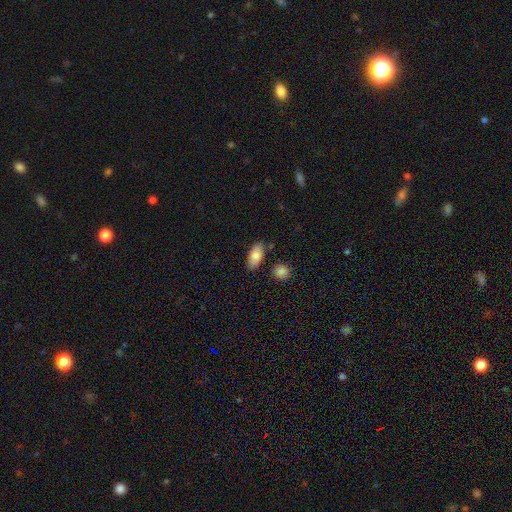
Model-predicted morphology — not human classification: This is clearly a smooth galaxy (82%). How rounded: clearly in between (90%). Merging: clearly none (84%).